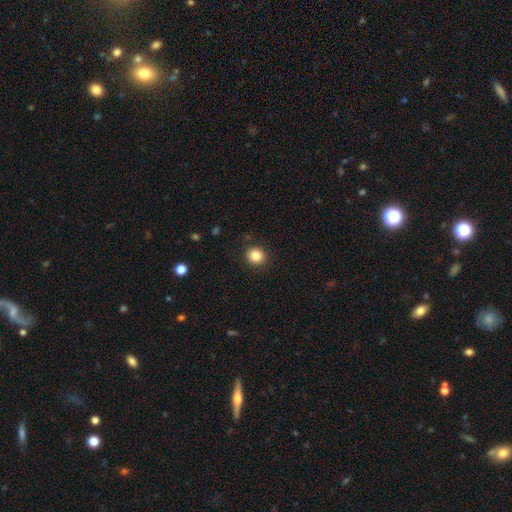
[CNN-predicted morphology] Smooth or featured? Predicted: smooth (p=0.84). How rounded? Predicted: round (p=0.89). Merging? Predicted: none (p=0.90).